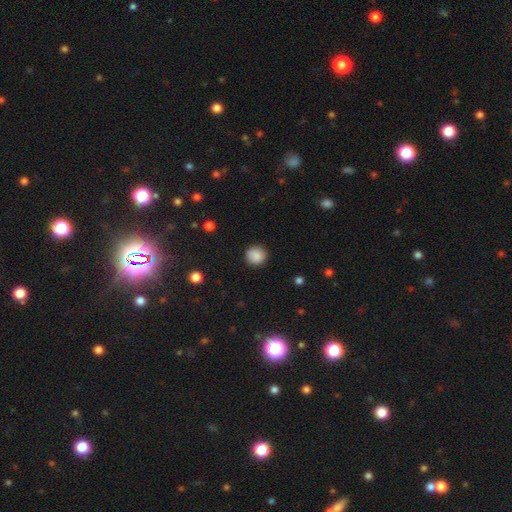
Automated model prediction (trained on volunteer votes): This is clearly a smooth galaxy (88%). How rounded: clearly round (92%). Merging: clearly none (90%).